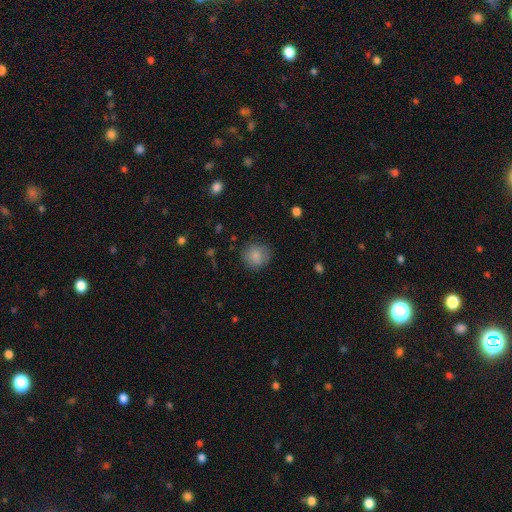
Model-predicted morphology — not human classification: Smooth or featured? smooth (85%)
How rounded? round (88%)
Merging? none (83%)